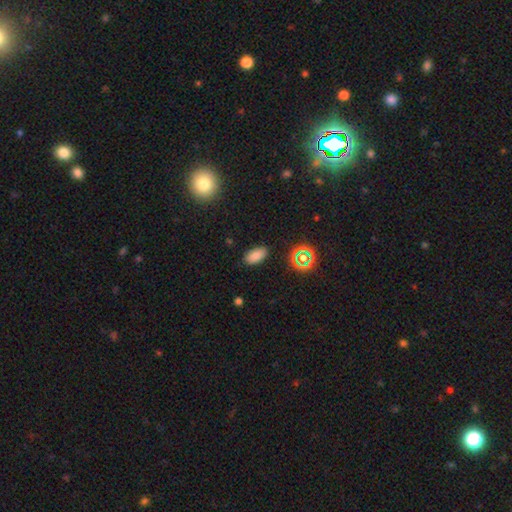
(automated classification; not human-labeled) Q: Smooth or featured?
A: smooth (78%); runner-up: star or artifact (15%)
Q: How rounded?
A: in between (91%); runner-up: round (5%)
Q: Merging?
A: none (87%); runner-up: minor disturbance (10%)